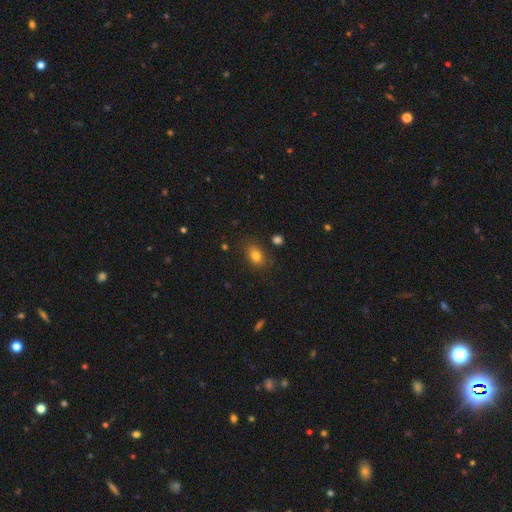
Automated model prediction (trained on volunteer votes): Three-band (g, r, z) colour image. It shows a smooth galaxy with no disk features (81%) that is in between round and cigar-shaped (76%). Merging: none (78%).